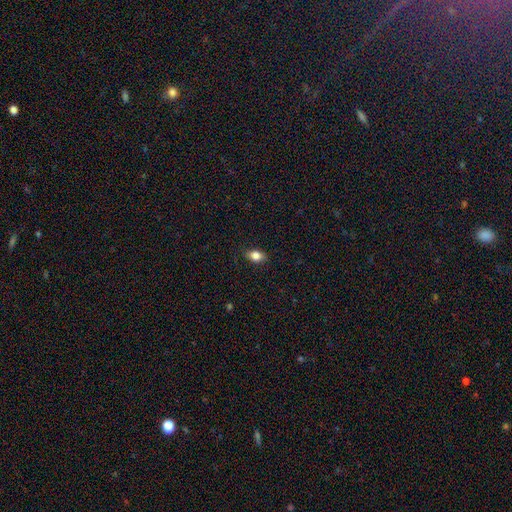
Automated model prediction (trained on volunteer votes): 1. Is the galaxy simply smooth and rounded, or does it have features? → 83% smooth, 9% star or artifact, 8% featured or disk.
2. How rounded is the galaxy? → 80% in between, 17% round, 3% cigar-shaped.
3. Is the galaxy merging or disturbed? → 85% none, 12% minor disturbance, 2% major disturbance, 1% merger.